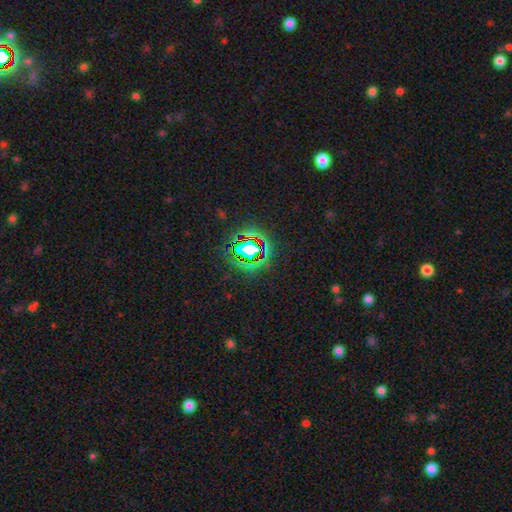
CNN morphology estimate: smooth-or-featured: star or artifact: 77% | smooth: 14% | featured or disk: 9%